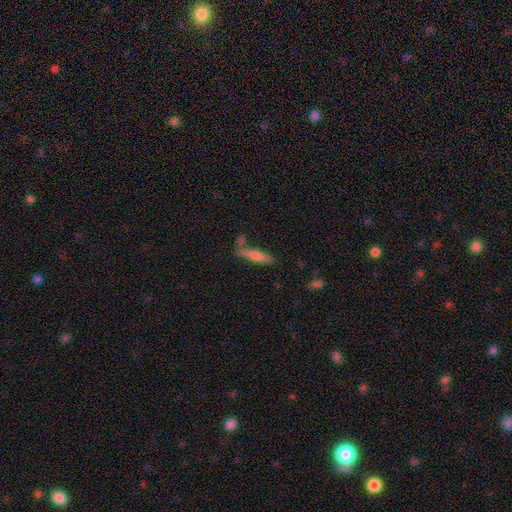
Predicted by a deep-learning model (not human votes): This appears to be a smooth galaxy with no disk features (53%) that is cigar-shaped (86%). Merging: none (68%).